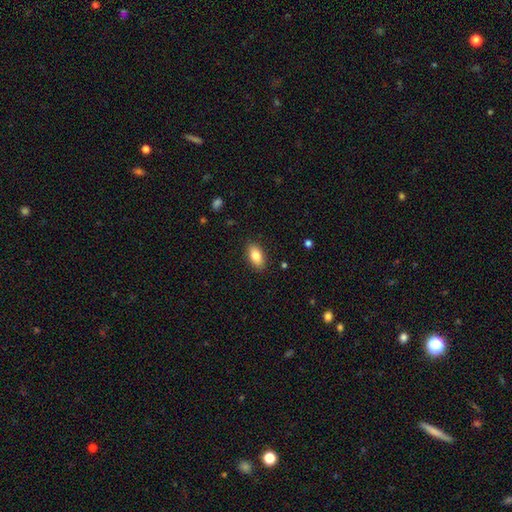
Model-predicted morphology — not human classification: smooth_or_featured: smooth (p=0.83) [alt: featured or disk p=0.10]
how_rounded: in between (p=0.91) [alt: round p=0.05]
merging: none (p=0.88) [alt: minor disturbance p=0.09]